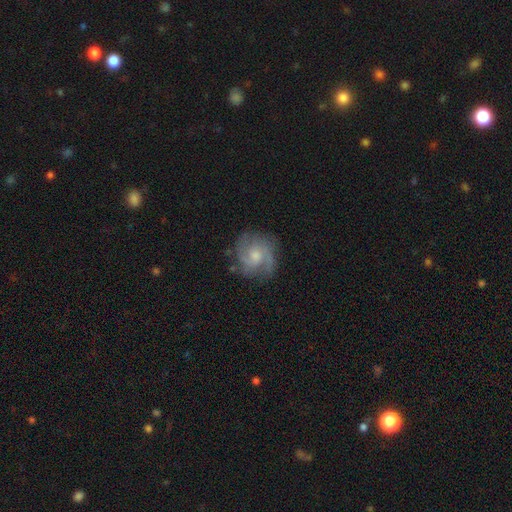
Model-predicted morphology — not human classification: Smooth or featured: featured or disk — 77% (smooth — 16%)
Edge-on disk: no — 98% (yes — 2%)
Bar: no — 65% (weak — 32%)
Spiral arms: yes — 94% (no — 6%)
Spiral winding: medium — 48% (tight — 37%)
Spiral arm count: 2 — 41% (3 — 27%)
Bulge size: moderate — 53% (small — 35%)
Merging: none — 74% (minor disturbance — 17%)